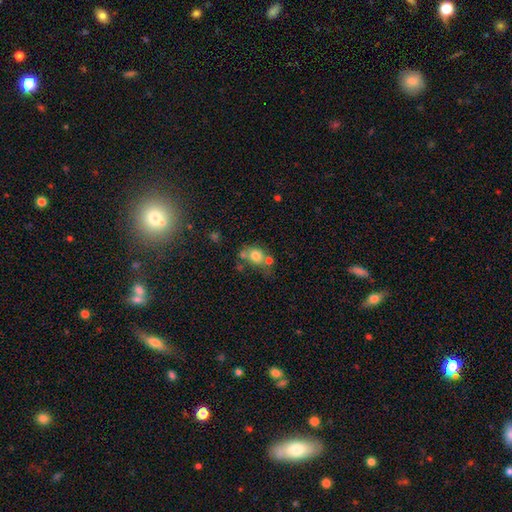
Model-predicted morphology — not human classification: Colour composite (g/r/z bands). It shows a smooth galaxy with no disk features (71%) that is round (59%). Merging: none (38%).